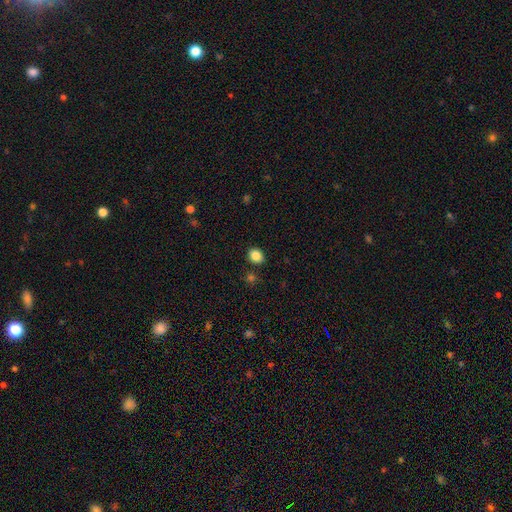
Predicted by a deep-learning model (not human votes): This is clearly a smooth galaxy (86%). How rounded: possibly in between (52%). Merging: clearly none (85%).